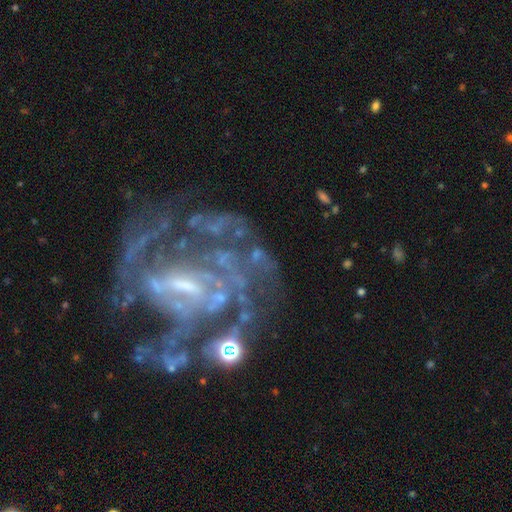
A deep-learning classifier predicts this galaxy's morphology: Overall: featured or disk (83%). Edge-on disk: no (97%). Bar: weak (47%; no 30%). Spiral arms: yes (79%). Spiral arm count: can't tell (47%; 2 15%). Spiral winding: tight (48%; medium 38%). Bulge size: small (46%; moderate 26%). Merging: none (47%; major disturbance 28%).